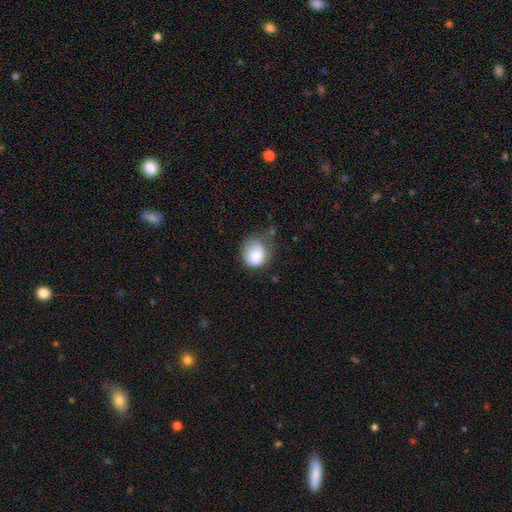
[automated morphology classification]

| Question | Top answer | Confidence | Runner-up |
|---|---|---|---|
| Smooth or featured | smooth | 72% | featured or disk (20%) |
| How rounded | round | 70% | in between (29%) |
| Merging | none | 42% | minor disturbance (33%) |